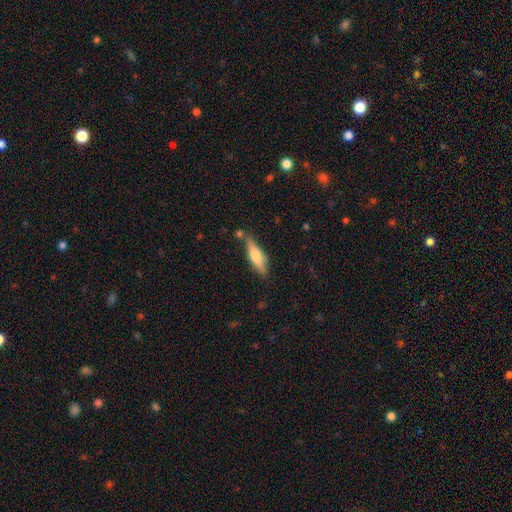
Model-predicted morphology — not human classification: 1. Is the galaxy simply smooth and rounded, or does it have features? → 52% smooth, 42% featured or disk, 6% star or artifact.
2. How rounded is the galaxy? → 66% cigar-shaped, 31% in between, 2% round.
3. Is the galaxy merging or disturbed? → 75% none, 16% minor disturbance, 6% merger, 4% major disturbance.